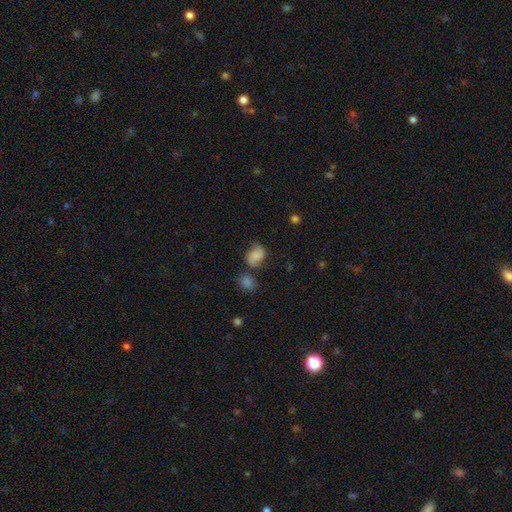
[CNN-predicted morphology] type=smooth (64%); roundness=in between (63%); merging=none (55%).